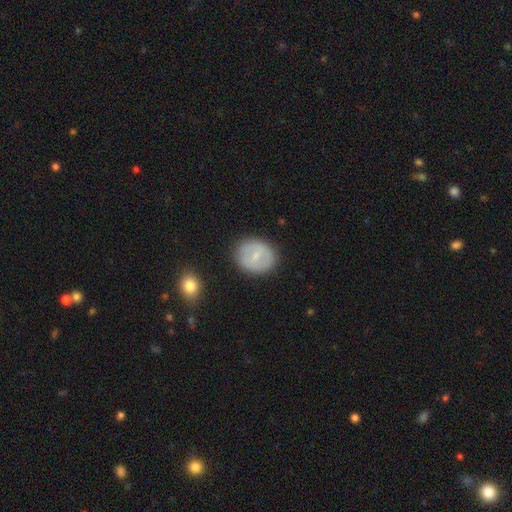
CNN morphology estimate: This appears to be a smooth galaxy with no disk features (53%) that is round (66%). Merging: none (84%).